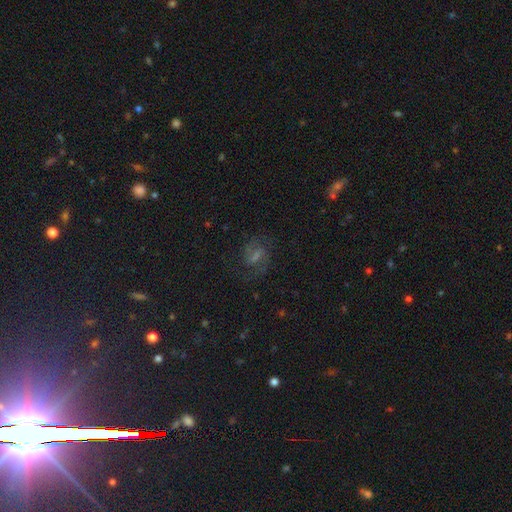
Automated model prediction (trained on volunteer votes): Smooth or featured: featured or disk — 71% (smooth — 16%)
Edge-on disk: no — 97% (yes — 3%)
Bar: weak — 52% (strong — 32%)
Spiral arms: yes — 94% (no — 6%)
Spiral winding: medium — 58% (loose — 23%)
Spiral arm count: 2 — 90% (can't tell — 4%)
Bulge size: small — 33% (none — 30%)
Merging: none — 77% (minor disturbance — 13%)